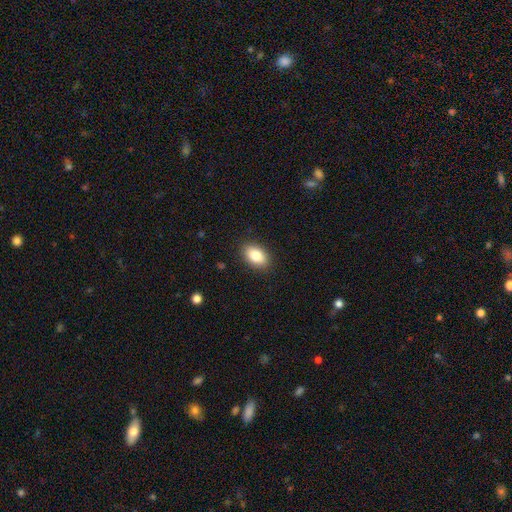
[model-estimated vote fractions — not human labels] Smooth or featured? Predicted: smooth (p=0.83). How rounded? Predicted: in between (p=0.89). Merging? Predicted: none (p=0.88).